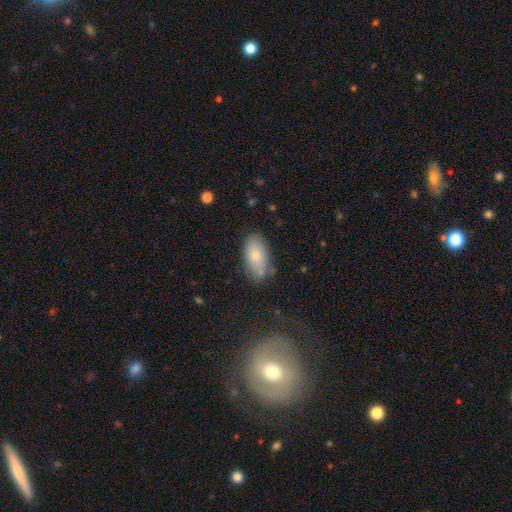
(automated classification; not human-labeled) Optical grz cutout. It shows a smooth galaxy with no disk features (75%) that is in between round and cigar-shaped (92%). Merging: none (71%).